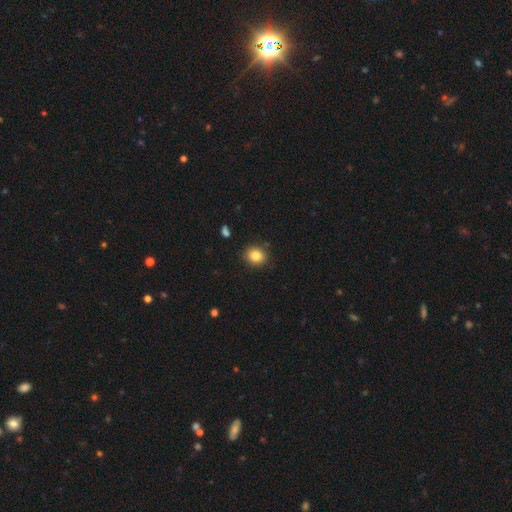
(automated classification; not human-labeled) This is clearly a smooth galaxy (85%). How rounded: likely round (61%). Merging: clearly none (87%).